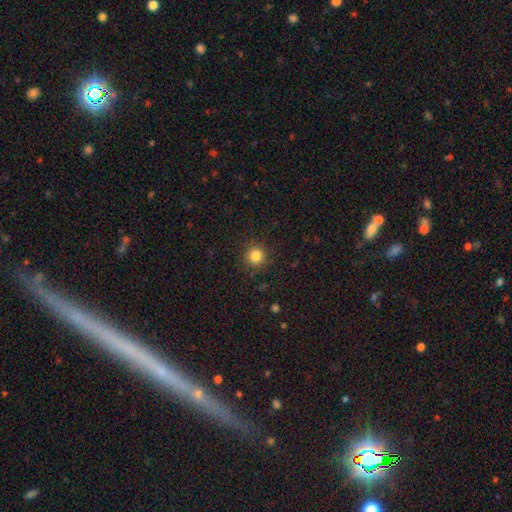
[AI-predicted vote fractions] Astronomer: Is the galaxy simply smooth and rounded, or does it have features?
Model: smooth — 83%.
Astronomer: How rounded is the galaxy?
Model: round — 94%.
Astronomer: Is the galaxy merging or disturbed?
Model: none — 90%.